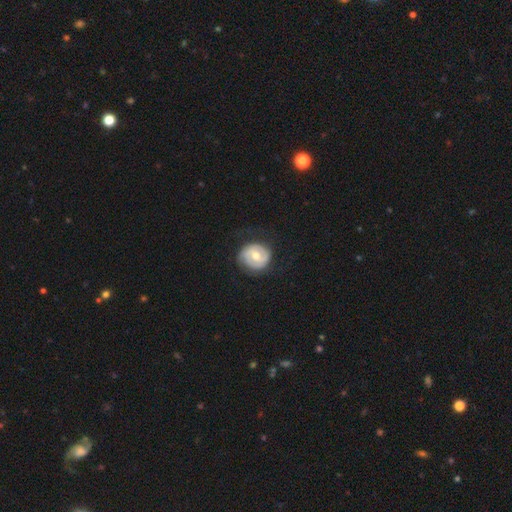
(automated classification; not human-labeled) A featured or disk galaxy (64%) with no bar (45%), spiral arms (76%) and a moderate central bulge (76%).

Vote fractions:
- Smooth or featured? featured or disk: 64% / smooth: 31% / star or artifact: 5%
- Edge-on disk? no: 98% / yes: 2%
- Bar? no: 45% / weak: 43% / strong: 12%
- Spiral arms? yes: 76% / no: 24%
- Bulge size? moderate: 76% / small: 16% / large: 5% / none: 1% / dominant: 1%
- Merging? none: 72% / minor disturbance: 18% / major disturbance: 9% / merger: 1%